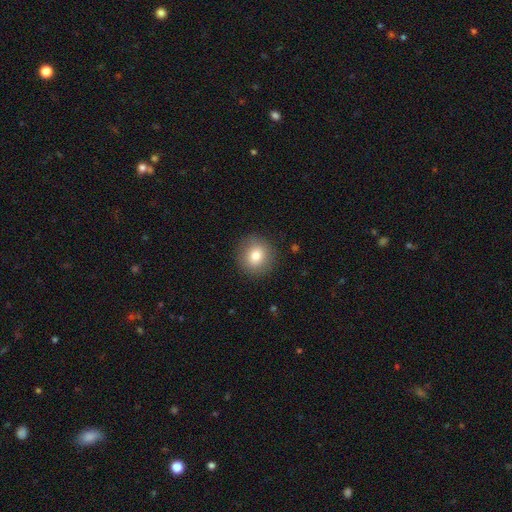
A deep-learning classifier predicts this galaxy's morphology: This is clearly a smooth galaxy (80%). How rounded: clearly round (87%). Merging: clearly none (89%).